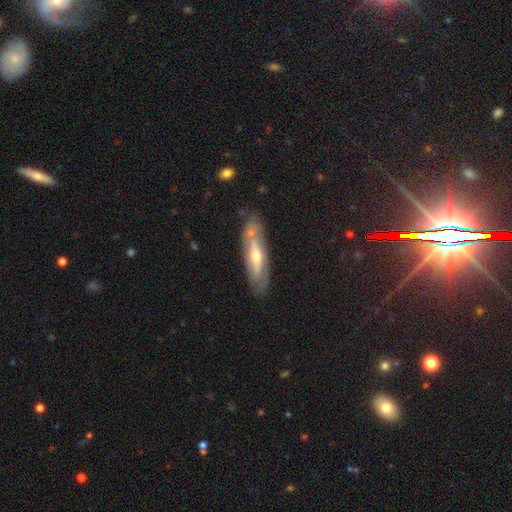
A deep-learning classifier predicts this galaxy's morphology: A featured or disk galaxy (71%).

Vote fractions:
- Smooth or featured? featured or disk: 71% / smooth: 23% / star or artifact: 6%
- Edge-on disk? no: 67% / yes: 33%
- Merging? none: 77% / minor disturbance: 15% / major disturbance: 4% / merger: 3%